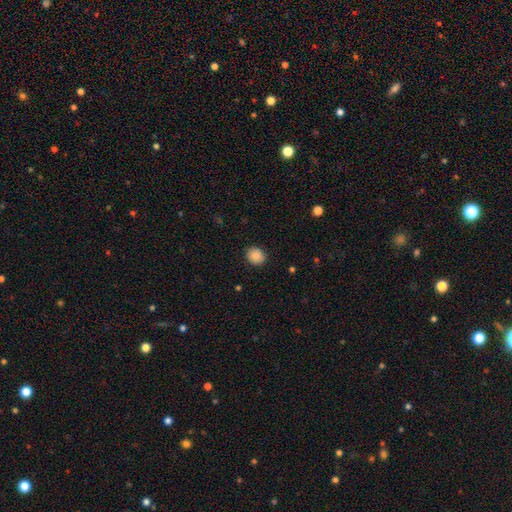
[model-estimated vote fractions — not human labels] Overall: smooth (88%). How rounded: round (70%). Merging: none (89%).